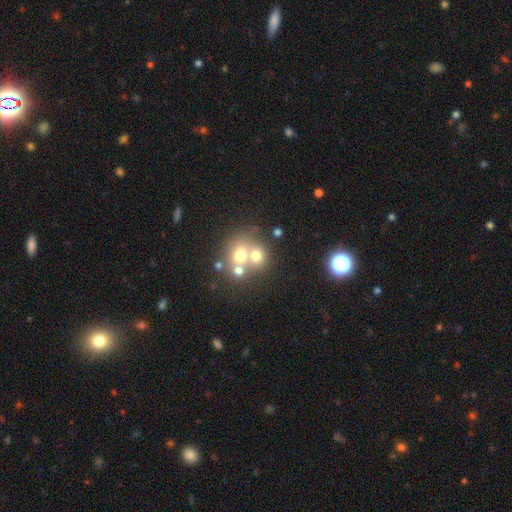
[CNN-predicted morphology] smooth_or_featured: smooth (p=0.63) [alt: featured or disk p=0.22]
how_rounded: round (p=0.73) [alt: in between p=0.26]
merging: merger (p=0.55) [alt: none p=0.34]